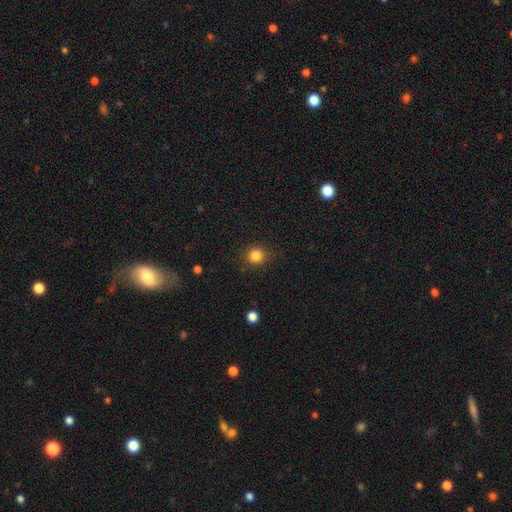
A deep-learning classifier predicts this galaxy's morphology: A smooth galaxy with no disk features (83%) that is round (86%). Merging: none (85%).